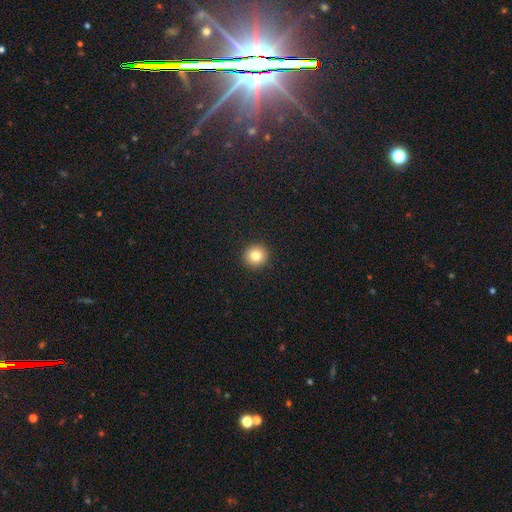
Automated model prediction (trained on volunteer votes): smooth 81%, star or artifact 11%, featured or disk 8%. Down the decision tree: how rounded — round (94%); merging — none (93%).